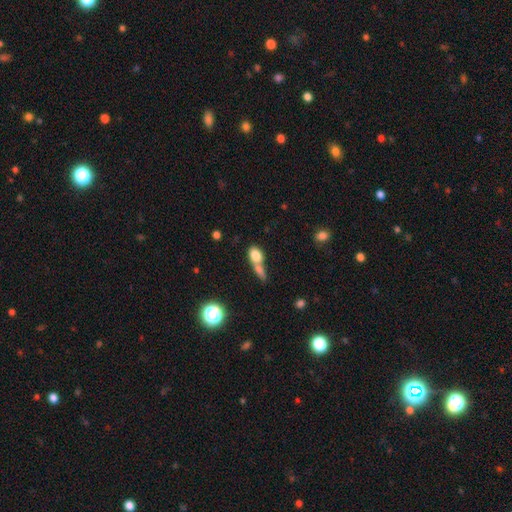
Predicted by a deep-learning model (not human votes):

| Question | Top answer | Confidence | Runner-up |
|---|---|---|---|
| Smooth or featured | smooth | 76% | featured or disk (14%) |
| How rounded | in between | 69% | round (23%) |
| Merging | merger | 63% | none (24%) |